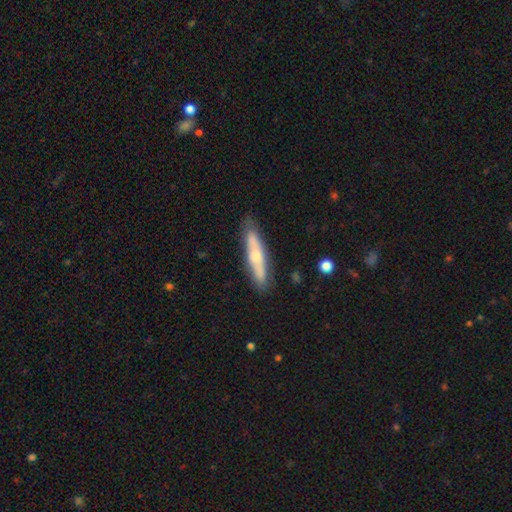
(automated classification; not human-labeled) Q: Smooth or featured?
A: smooth (47%); tied with: featured or disk (47%)
Q: Merging?
A: none (80%); runner-up: minor disturbance (15%)